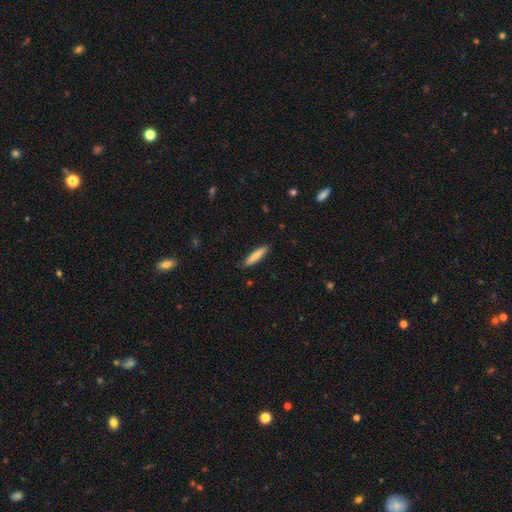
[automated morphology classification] A smooth galaxy with no disk features (81%) that is cigar-shaped (87%).

Vote fractions:
- Smooth or featured? smooth: 81% / featured or disk: 13% / star or artifact: 6%
- How rounded? cigar-shaped: 87% / in between: 12% / round: 1%
- Merging? none: 87% / minor disturbance: 10% / major disturbance: 2% / merger: 1%